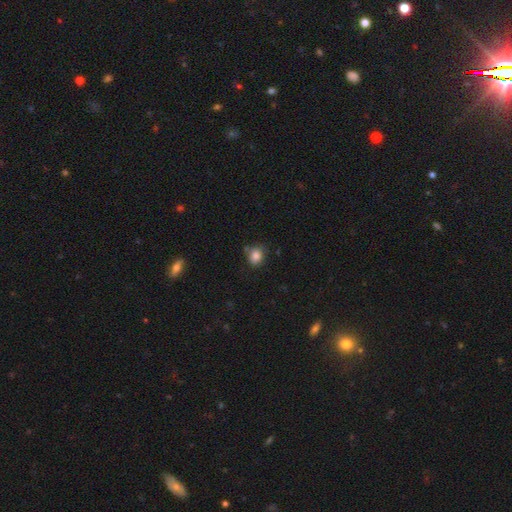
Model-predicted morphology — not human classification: smooth 84%, star or artifact 11%, featured or disk 5%. Down the decision tree: how rounded — round (65%); merging — none (72%).